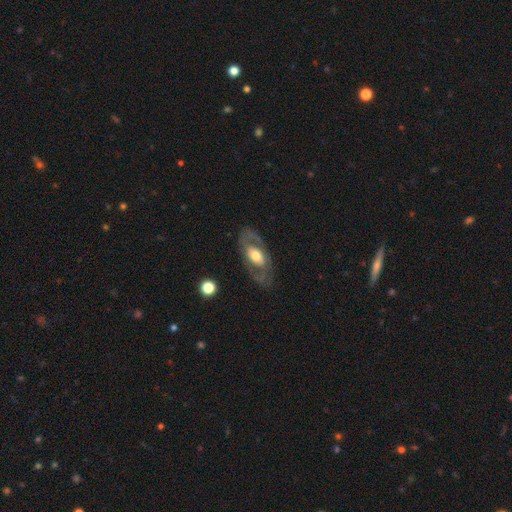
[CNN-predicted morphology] Smooth or featured? Predicted: featured or disk (p=0.65). Edge-on disk? Predicted: no (p=0.90). Bar? Predicted: no (p=0.68). Spiral arms? Predicted: yes (p=0.50, tied with no). Bulge size? Predicted: moderate (p=0.56). Merging? Predicted: none (p=0.74).